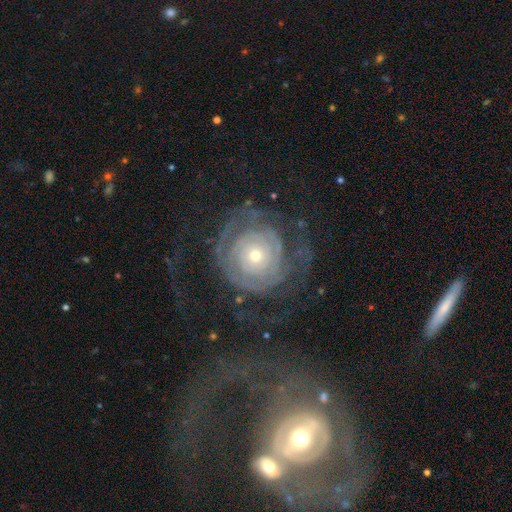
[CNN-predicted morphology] Smooth or featured: featured or disk — 79% (smooth — 14%)
Edge-on disk: no — 97% (yes — 3%)
Bar: no — 84% (weak — 12%)
Spiral arms: yes — 81% (no — 19%)
Spiral winding: tight — 69% (medium — 19%)
Spiral arm count: can't tell — 41% (2 — 26%)
Bulge size: small — 65% (moderate — 29%)
Merging: none — 58% (major disturbance — 27%)